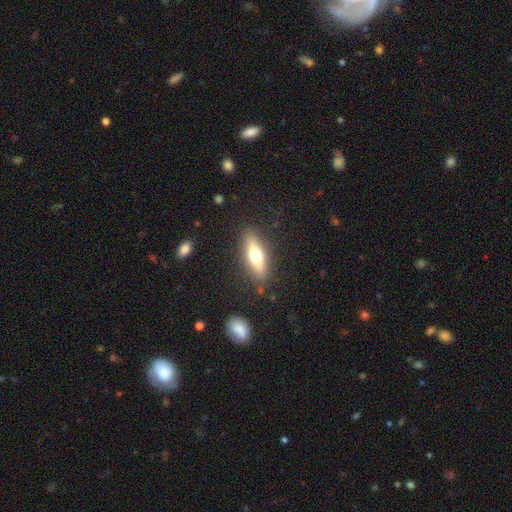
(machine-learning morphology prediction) This appears to be a smooth galaxy with no disk features (52%) that is cigar-shaped (53%). Merging: none (85%).